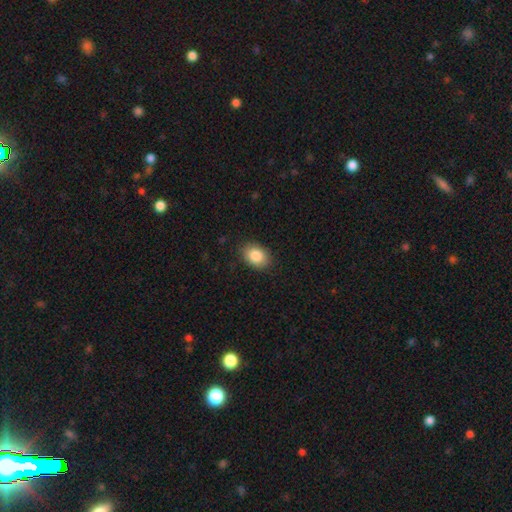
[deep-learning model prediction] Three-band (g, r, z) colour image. It shows a smooth galaxy with no disk features (86%) that is in between round and cigar-shaped (78%). Merging: none (87%).